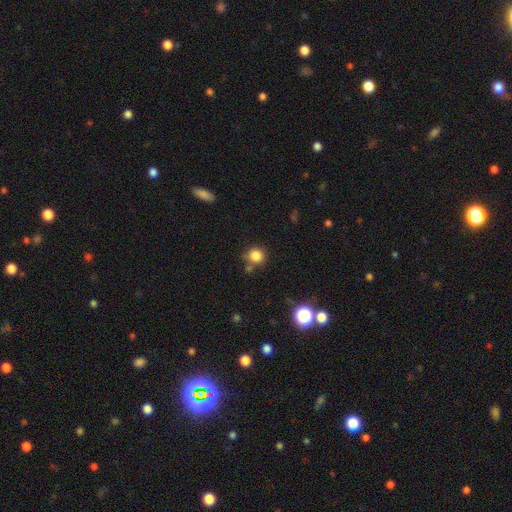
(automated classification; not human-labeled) This appears to be a smooth galaxy with no disk features (83%) that is round (89%). Merging: none (76%).